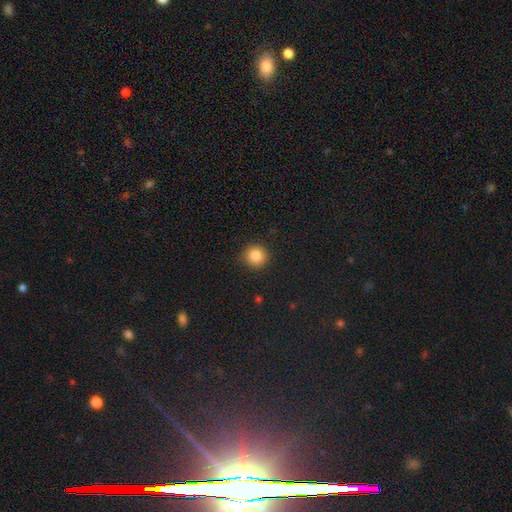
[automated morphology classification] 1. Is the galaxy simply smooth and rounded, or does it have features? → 83% smooth, 11% star or artifact, 6% featured or disk.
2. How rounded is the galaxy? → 94% round, 5% in between, 1% cigar-shaped.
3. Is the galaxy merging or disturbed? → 91% none, 6% minor disturbance, 2% major disturbance, 1% merger.